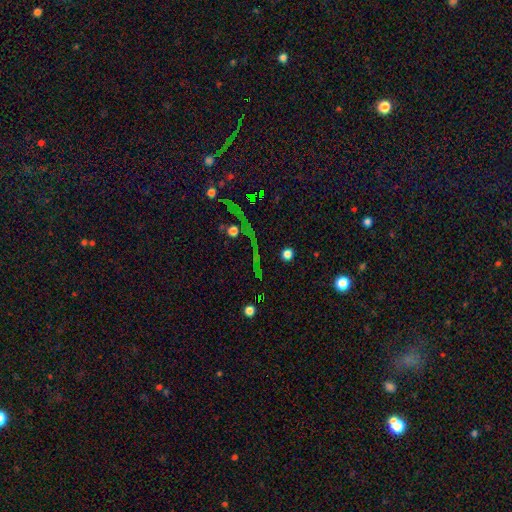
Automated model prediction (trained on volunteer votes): Overall: star or artifact (67%).